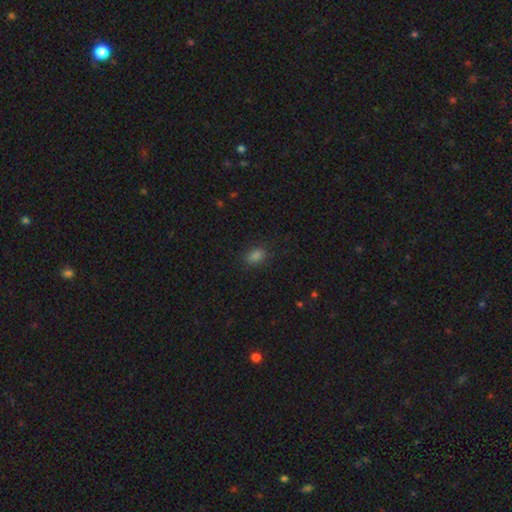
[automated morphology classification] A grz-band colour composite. It shows a smooth galaxy with no disk features (80%) that is in between round and cigar-shaped (77%). Merging: none (85%).